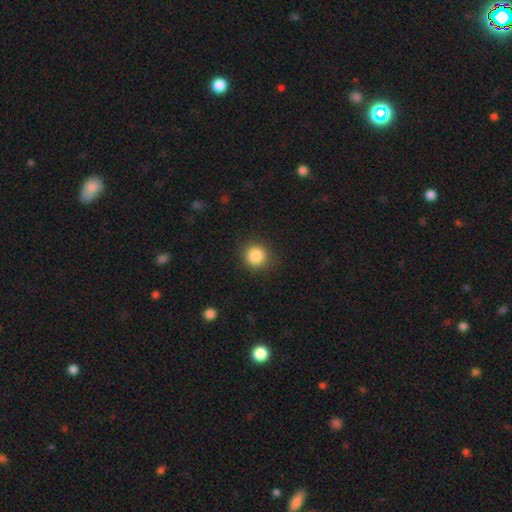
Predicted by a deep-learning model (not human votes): The model was most divided on "smooth or featured": smooth: 86%, star or artifact: 10%, featured or disk: 4%. More confident: how rounded — round (91%); merging — none (88%).